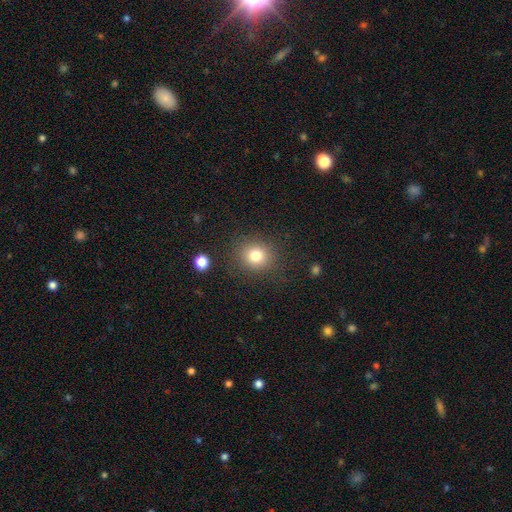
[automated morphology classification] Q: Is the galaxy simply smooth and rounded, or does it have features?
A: smooth — 79%.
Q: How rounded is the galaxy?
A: round — 82%.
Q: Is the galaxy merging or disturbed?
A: none — 85%.